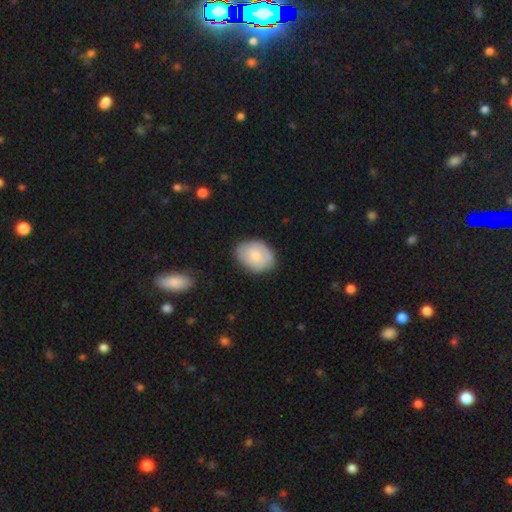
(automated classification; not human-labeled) A smooth galaxy with no disk features (69%) that is in between round and cigar-shaped (70%). Merging: none (79%).